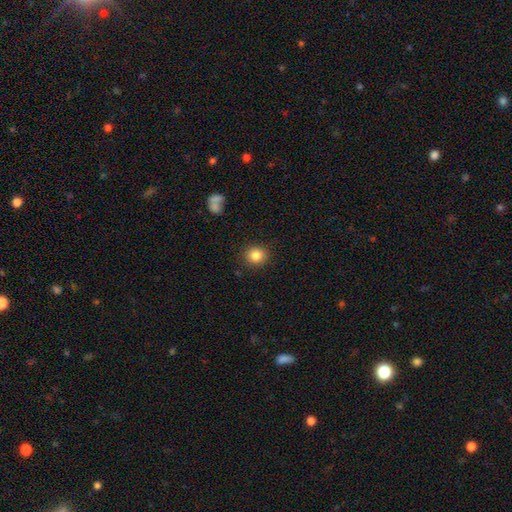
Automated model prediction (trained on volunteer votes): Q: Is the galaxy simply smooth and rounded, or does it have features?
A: smooth — 84%.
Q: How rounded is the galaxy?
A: round — 84%.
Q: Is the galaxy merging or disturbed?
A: none — 88%.